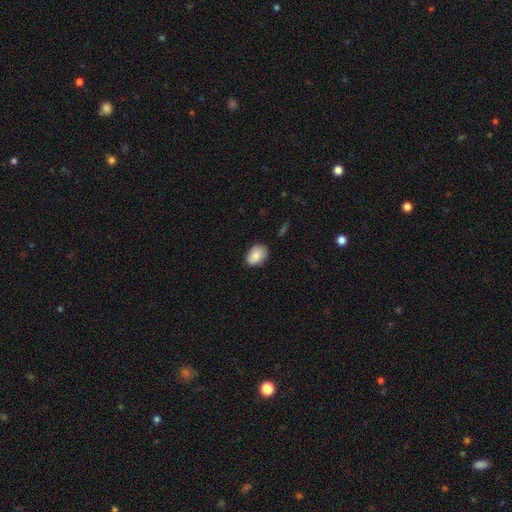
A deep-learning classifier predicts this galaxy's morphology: Q: Smooth or featured?
A: smooth (86%); runner-up: featured or disk (7%)
Q: How rounded?
A: in between (83%); runner-up: round (16%)
Q: Merging?
A: none (81%); runner-up: minor disturbance (15%)